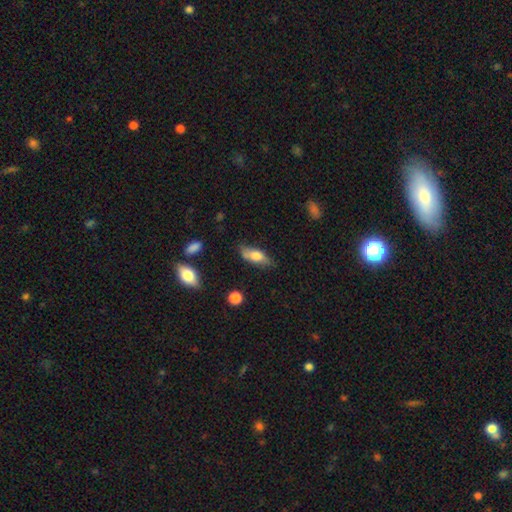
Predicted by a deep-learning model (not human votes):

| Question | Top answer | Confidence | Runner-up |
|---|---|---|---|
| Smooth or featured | smooth | 65% | featured or disk (27%) |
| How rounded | in between | 72% | cigar-shaped (24%) |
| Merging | none | 69% | minor disturbance (23%) |